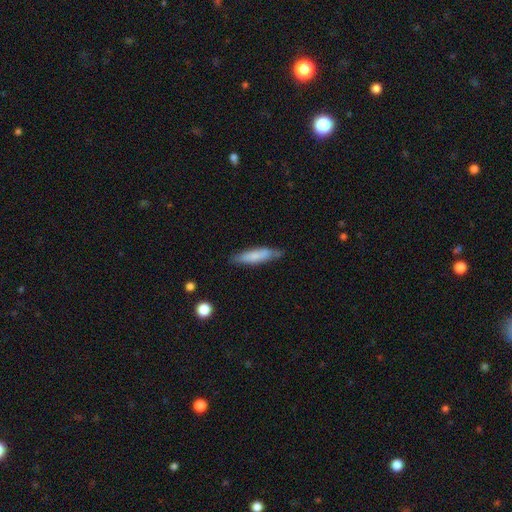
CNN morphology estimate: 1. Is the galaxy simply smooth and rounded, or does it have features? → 72% smooth, 22% featured or disk, 6% star or artifact.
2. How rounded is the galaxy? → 77% cigar-shaped, 22% in between, 1% round.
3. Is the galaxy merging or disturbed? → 77% none, 18% minor disturbance, 3% major disturbance, 2% merger.